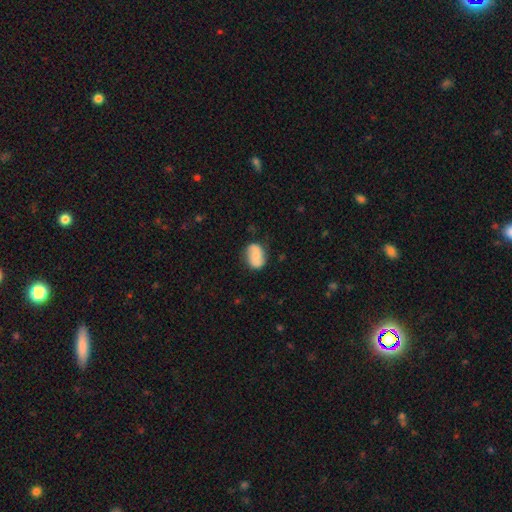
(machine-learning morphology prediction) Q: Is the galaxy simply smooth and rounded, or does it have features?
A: smooth — 61%.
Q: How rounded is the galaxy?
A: in between — 79%.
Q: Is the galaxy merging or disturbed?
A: none — 72%.